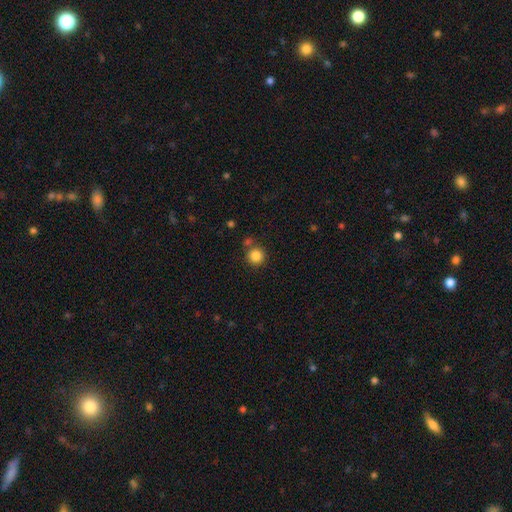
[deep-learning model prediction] The model was most divided on "merging": none: 77%, merger: 11%, minor disturbance: 9%, major disturbance: 3%. More confident: how rounded — round (94%); smooth or featured — smooth (85%).